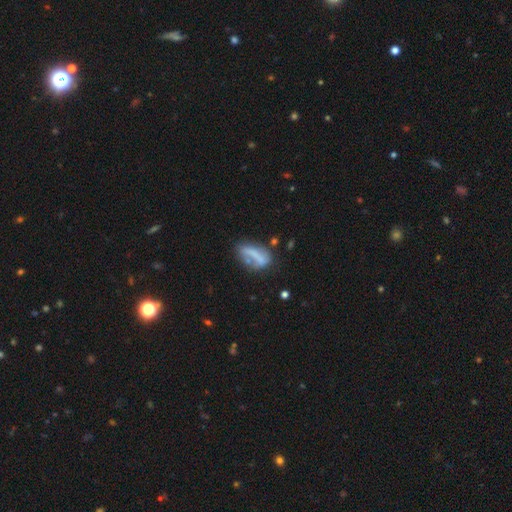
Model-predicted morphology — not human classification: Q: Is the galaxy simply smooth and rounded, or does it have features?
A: smooth — 51%.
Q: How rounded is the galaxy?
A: in between — 68%.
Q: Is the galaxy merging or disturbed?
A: none — 43%.